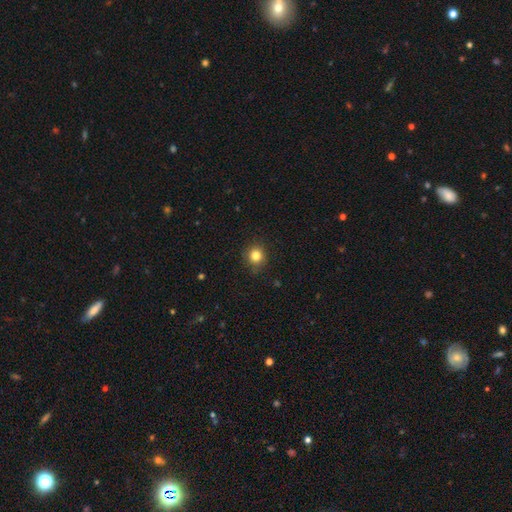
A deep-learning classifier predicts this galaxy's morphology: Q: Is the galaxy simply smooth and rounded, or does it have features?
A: smooth — 83%.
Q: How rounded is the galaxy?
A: round — 89%.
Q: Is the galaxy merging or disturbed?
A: none — 87%.